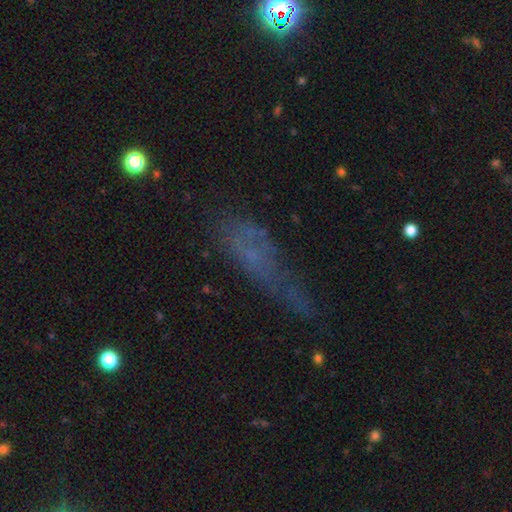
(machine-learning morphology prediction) A smooth galaxy with no disk features (42%).

Vote fractions:
- Smooth or featured? smooth: 42% / featured or disk: 34% / star or artifact: 24%
- Merging? none: 39% / major disturbance: 30% / minor disturbance: 25% / merger: 6%